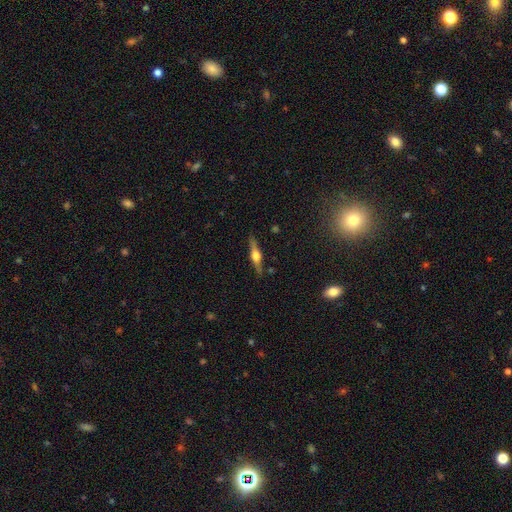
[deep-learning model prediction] smooth-or-featured: featured or disk: 73% | smooth: 20% | star or artifact: 6%
  disk-edge-on: yes: 97% | no: 3%
    edge-on-bulge: rounded: 93% | boxy: 5% | none: 2%
  merging: none: 87% | minor disturbance: 9% | major disturbance: 2% | merger: 1%